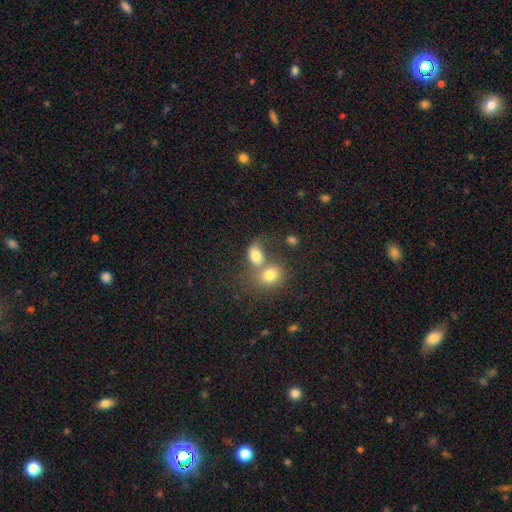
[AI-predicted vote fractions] A smooth galaxy with no disk features (77%) that is in between round and cigar-shaped (67%).

Vote fractions:
- Smooth or featured? smooth: 77% / featured or disk: 12% / star or artifact: 11%
- How rounded? in between: 67% / round: 31% / cigar-shaped: 2%
- Merging? merger: 56% / none: 27% / minor disturbance: 10% / major disturbance: 7%